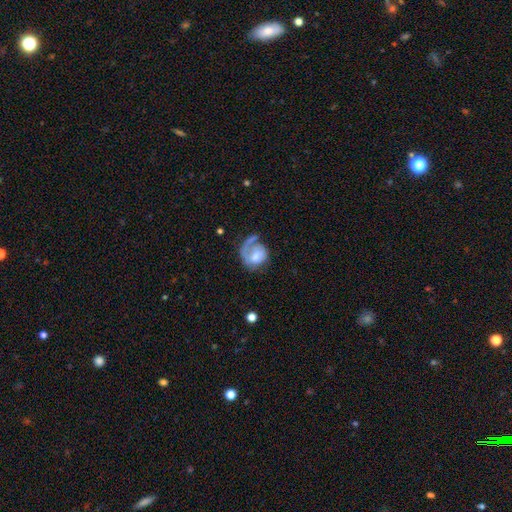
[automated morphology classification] smooth-or-featured: featured or disk: 60% | smooth: 34% | star or artifact: 7%
  disk-edge-on: no: 98% | yes: 2%
    bar: no: 67% | weak: 28% | strong: 5%
    has-spiral-arms: yes: 78% | no: 22%
    bulge-size: moderate: 35% | small: 34% | none: 16% | large: 12% | dominant: 3%
  merging: none: 38% | major disturbance: 37% | minor disturbance: 19% | merger: 6%